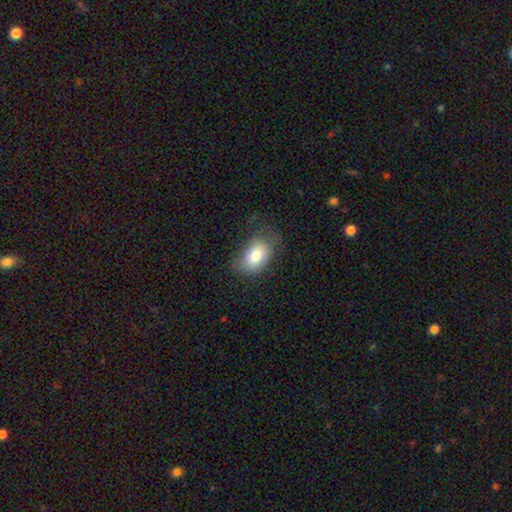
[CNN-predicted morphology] smooth 78%, featured or disk 13%, star or artifact 8%. Down the decision tree: how rounded — in between (86%); merging — none (60%).